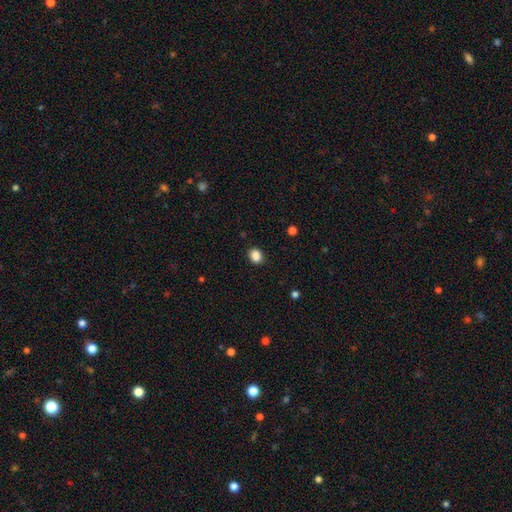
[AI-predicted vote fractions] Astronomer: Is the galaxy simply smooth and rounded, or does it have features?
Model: smooth — 88%.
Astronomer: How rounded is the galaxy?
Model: in between — 51% (runner-up: round, 48%).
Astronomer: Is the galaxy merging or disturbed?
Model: none — 88%.